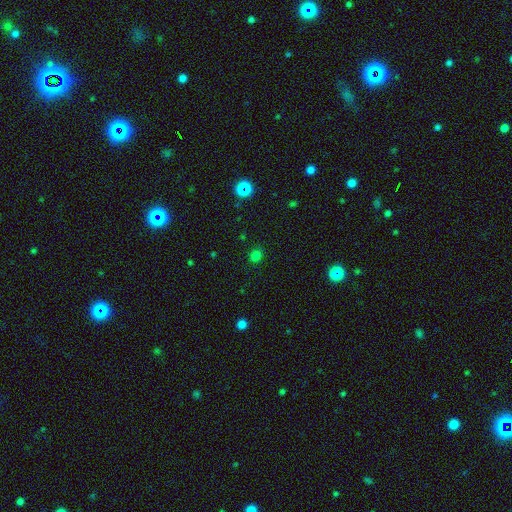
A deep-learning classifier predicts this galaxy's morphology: smooth 75%, star or artifact 21%, featured or disk 4%. Down the decision tree: how rounded — round (79%); merging — none (88%).